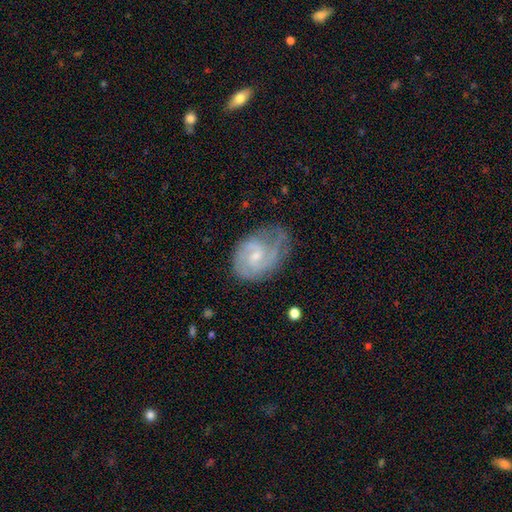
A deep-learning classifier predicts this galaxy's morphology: The model was most divided on "spiral winding": medium: 44%, tight: 41%, loose: 15%. More confident: edge-on disk — no (98%); spiral arms — yes (93%); smooth or featured — featured or disk (79%); spiral arm count — 2 (59%); bulge size — small (58%); merging — none (54%); bar — weak (51%).